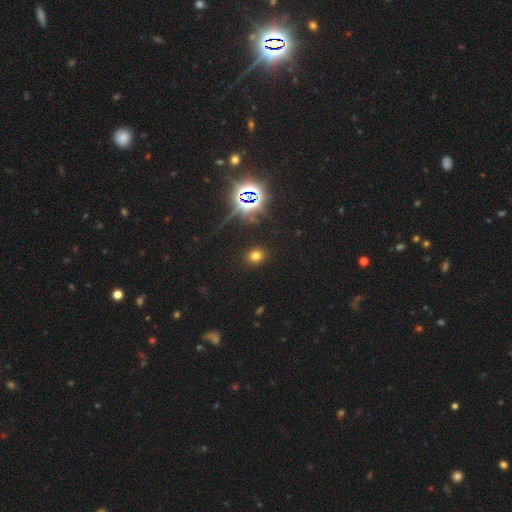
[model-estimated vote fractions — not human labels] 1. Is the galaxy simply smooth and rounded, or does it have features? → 67% smooth, 26% star or artifact, 7% featured or disk.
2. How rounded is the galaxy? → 76% round, 23% in between, 1% cigar-shaped.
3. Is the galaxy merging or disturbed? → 89% none, 6% minor disturbance, 3% major disturbance, 2% merger.